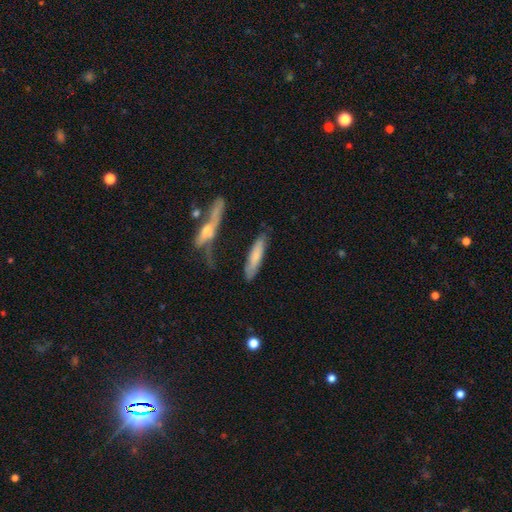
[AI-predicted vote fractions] smooth_or_featured: smooth (p=0.62) [alt: featured or disk p=0.31]
how_rounded: cigar-shaped (p=0.76) [alt: in between p=0.22]
merging: none (p=0.69) [alt: minor disturbance p=0.18]